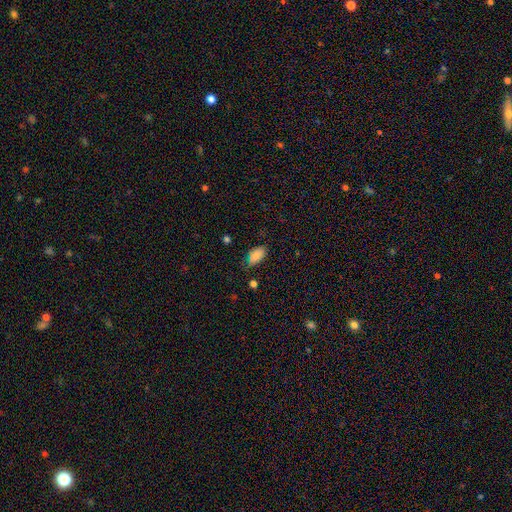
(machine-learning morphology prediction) A smooth galaxy with no disk features (85%) that is in between round and cigar-shaped (93%). Merging: none (65%).